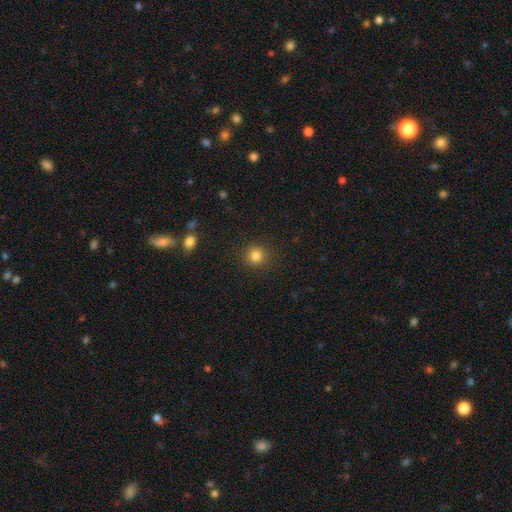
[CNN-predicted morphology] Smooth or featured? Predicted: smooth (p=0.83). How rounded? Predicted: round (p=0.92). Merging? Predicted: none (p=0.90).